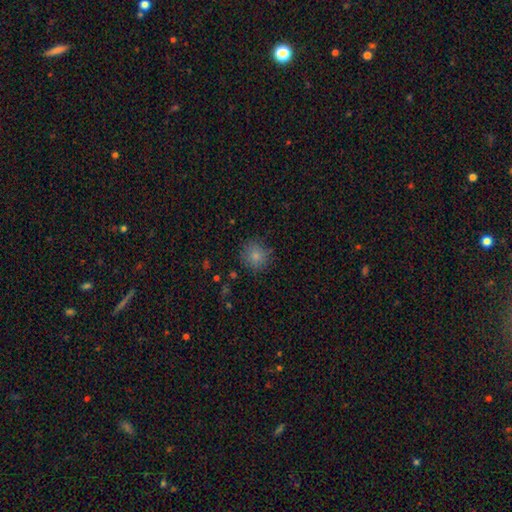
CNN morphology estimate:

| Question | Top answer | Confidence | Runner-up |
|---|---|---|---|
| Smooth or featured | smooth | 81% | star or artifact (12%) |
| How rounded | round | 89% | in between (10%) |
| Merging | none | 83% | minor disturbance (12%) |